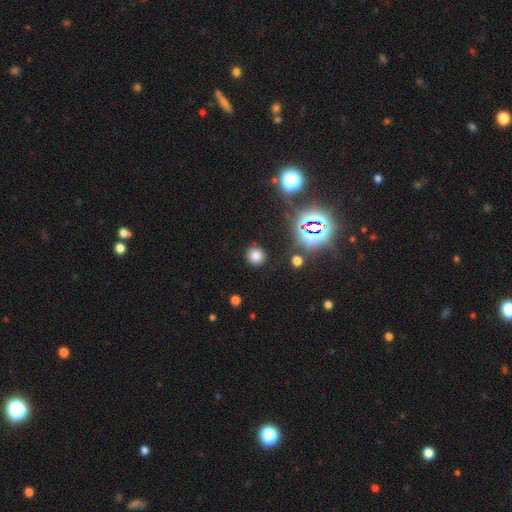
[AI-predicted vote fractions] smooth_or_featured: smooth (p=0.71) [alt: star or artifact p=0.23]
how_rounded: round (p=0.91) [alt: in between p=0.08]
merging: none (p=0.87) [alt: minor disturbance p=0.08]